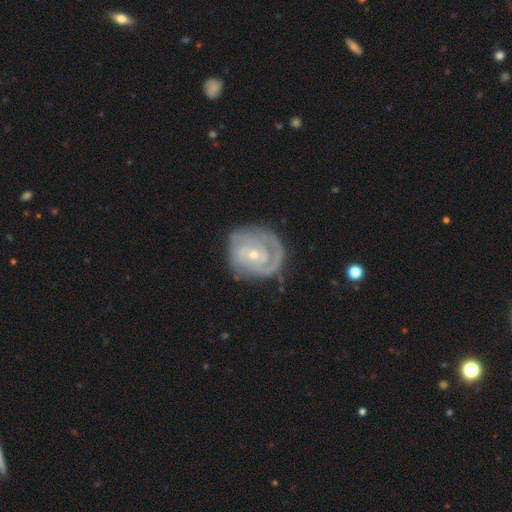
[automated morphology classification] This is likely a featured or disk galaxy (79%). It is clearly not viewed edge-on (97%). Bar: possibly no (58%). Spiral arm pattern: clearly yes (90%). Spiral arm count: marginally 2 (35%). Spiral winding: likely tight (69%). Central bulge: likely small (69%). Merging: likely none (66%).